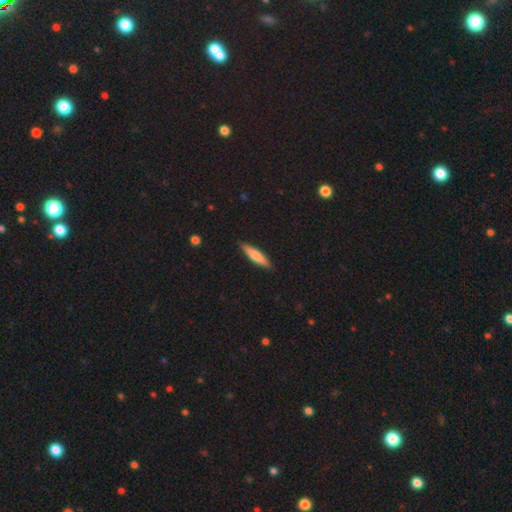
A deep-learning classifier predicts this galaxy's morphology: This is likely a smooth galaxy (71%). How rounded: clearly cigar-shaped (82%). Merging: clearly none (89%).